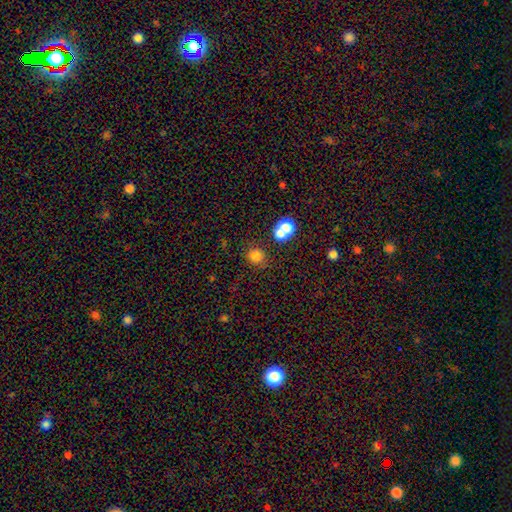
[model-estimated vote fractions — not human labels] Smooth or featured?
  - smooth: 78% *
  - star or artifact: 14%
  - featured or disk: 7%
How rounded?
  - round: 83% *
  - in between: 16%
  - cigar-shaped: 1%
Merging?
  - none: 67% *
  - merger: 18%
  - minor disturbance: 10%
  - major disturbance: 4%